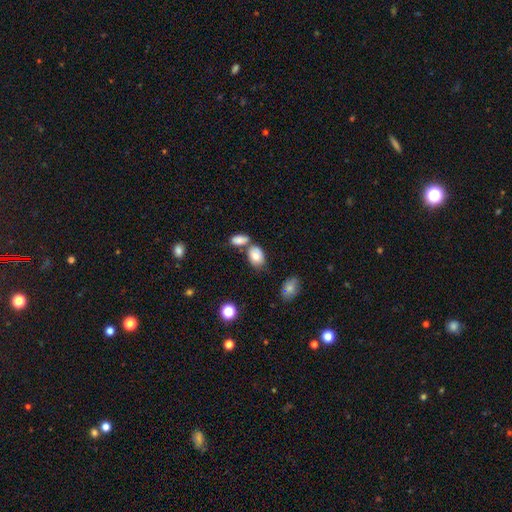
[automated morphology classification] The model was most divided on "merging": none: 51%, merger: 29%, minor disturbance: 15%, major disturbance: 5%. More confident: how rounded — in between (82%); smooth or featured — smooth (78%).